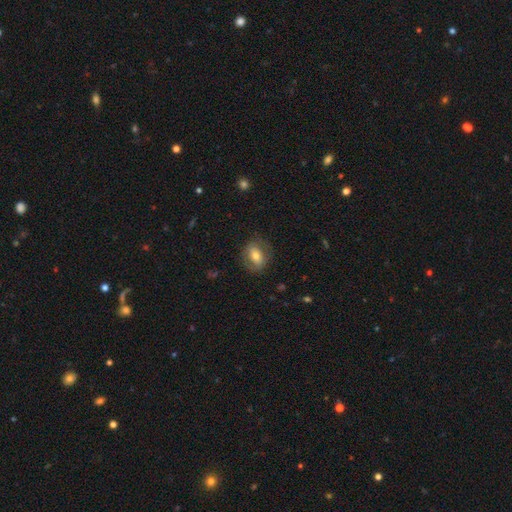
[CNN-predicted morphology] smooth-or-featured: smooth: 58% | featured or disk: 34% | star or artifact: 7%
  how-rounded: in between: 68% | round: 31% | cigar-shaped: 2%
  merging: none: 74% | minor disturbance: 16% | major disturbance: 9% | merger: 1%